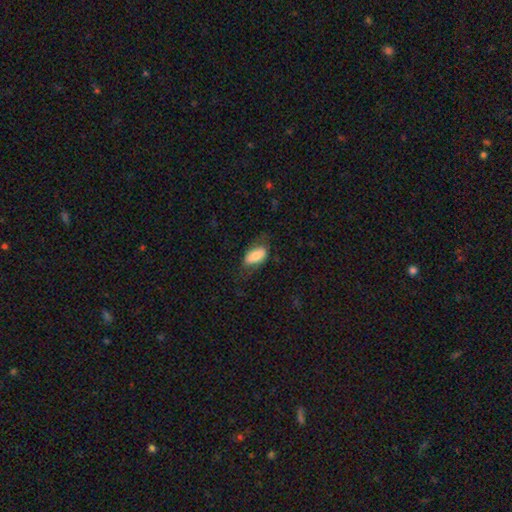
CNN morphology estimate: smooth_or_featured: smooth (p=0.71) [alt: featured or disk p=0.23]
how_rounded: in between (p=0.92) [alt: round p=0.05]
merging: none (p=0.65) [alt: minor disturbance p=0.22]